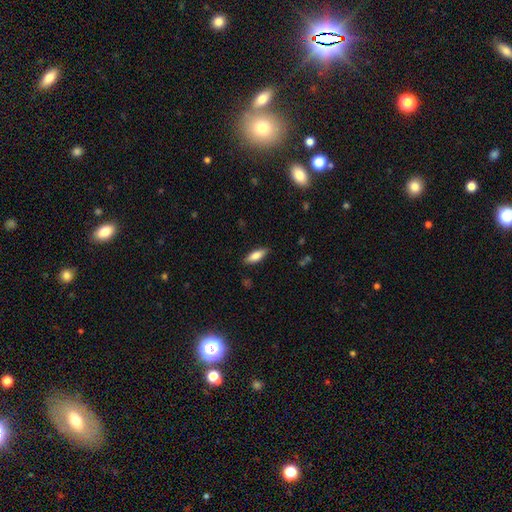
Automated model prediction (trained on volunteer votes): smooth 76%, featured or disk 18%, star or artifact 6%. Down the decision tree: how rounded — in between (63%); merging — none (86%).